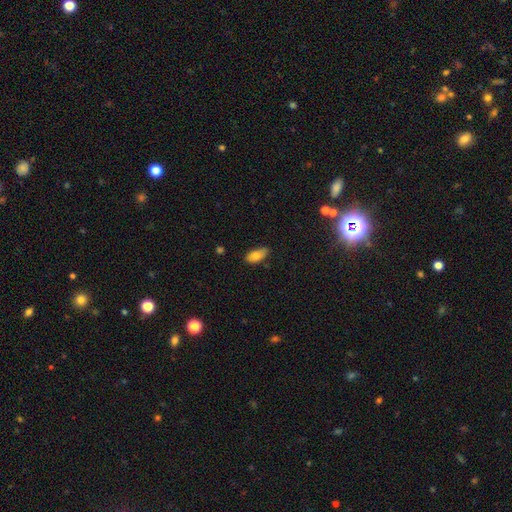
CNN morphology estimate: Smooth or featured? Predicted: smooth (p=0.79). How rounded? Predicted: in between (p=0.88). Merging? Predicted: none (p=0.76).